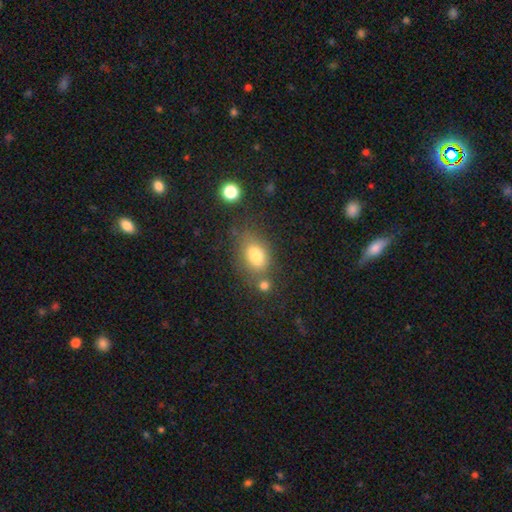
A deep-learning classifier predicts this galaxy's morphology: A smooth galaxy with no disk features (74%) that is in between round and cigar-shaped (80%). Merging: none (48%).